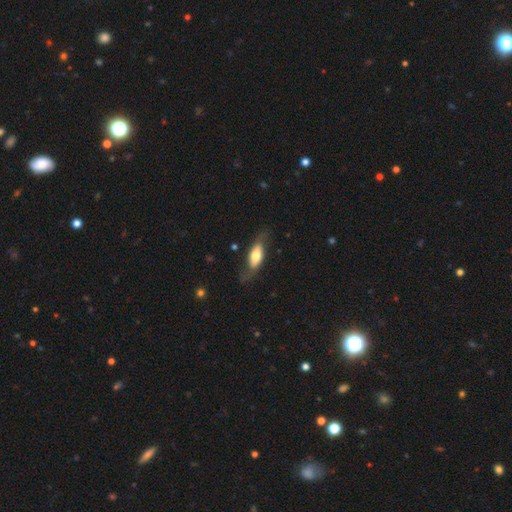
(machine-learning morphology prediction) Smooth or featured? Predicted: smooth (p=0.56). How rounded? Predicted: in between (p=0.76). Merging? Predicted: none (p=0.63).